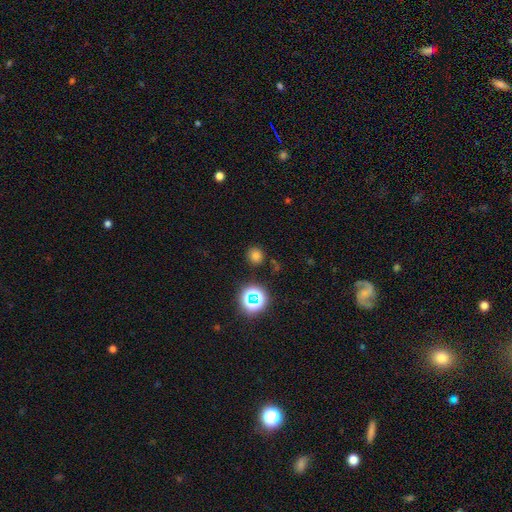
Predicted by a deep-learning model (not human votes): Overall: smooth (71%). How rounded: round (86%). Merging: none (85%).